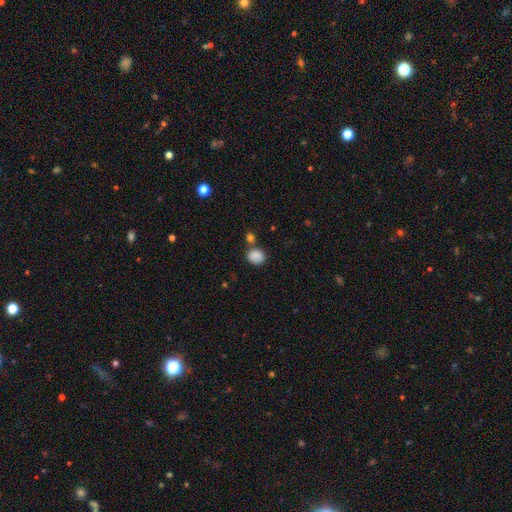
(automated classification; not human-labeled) smooth-or-featured: smooth: 87% | star or artifact: 9% | featured or disk: 4%
  how-rounded: round: 58% | in between: 42% | cigar-shaped: 1%
  merging: none: 66% | merger: 16% | minor disturbance: 14% | major disturbance: 4%